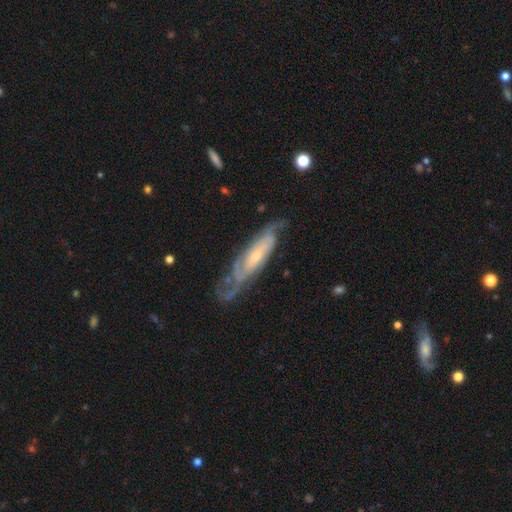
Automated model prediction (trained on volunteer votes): This is clearly a featured or disk galaxy (81%). It is likely not viewed edge-on (77%). Bar: possibly no (59%). Spiral arm pattern: clearly yes (92%). Spiral arm count: marginally can't tell (39%). Spiral winding: possibly tight (53%). Central bulge: likely small (66%). Merging: likely none (62%).